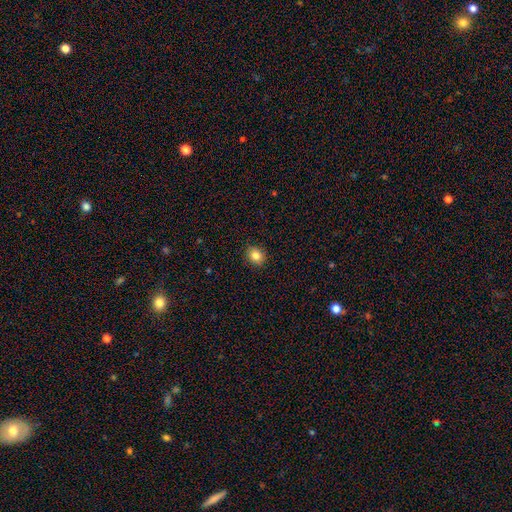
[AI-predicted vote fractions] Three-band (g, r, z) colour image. It shows a smooth galaxy with no disk features (84%) that is round (61%). Merging: none (90%).